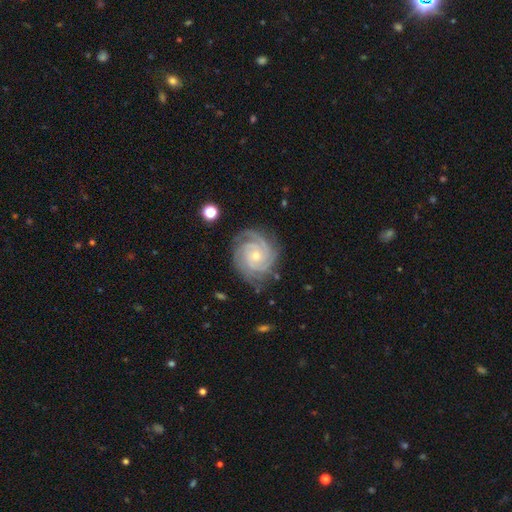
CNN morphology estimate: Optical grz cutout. It shows a featured or disk galaxy (90%) with no bar (74%), 3 (38%) tight (77%) spiral arms (98%) and a small central bulge (68%). Merging: none (77%).